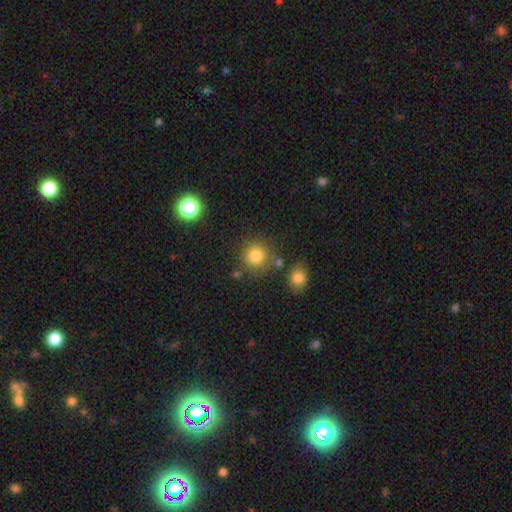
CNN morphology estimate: A smooth galaxy with no disk features (82%) that is round (91%). Merging: none (76%).